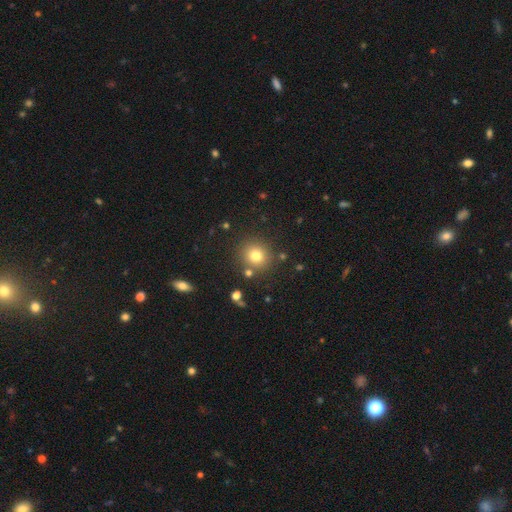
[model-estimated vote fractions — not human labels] This is likely a smooth galaxy (77%). How rounded: clearly round (90%). Merging: clearly none (83%).